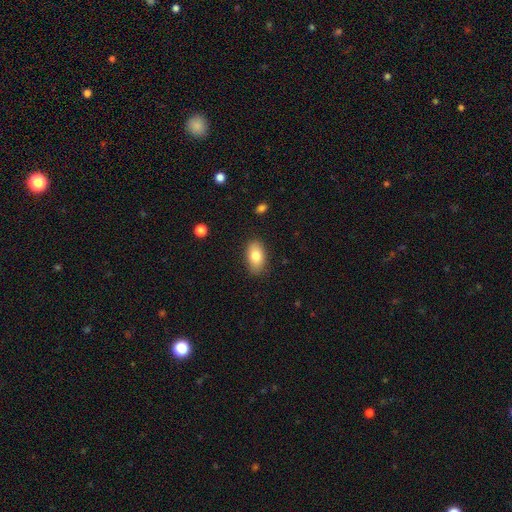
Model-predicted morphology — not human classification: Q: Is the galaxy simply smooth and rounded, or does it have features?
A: smooth — 81%.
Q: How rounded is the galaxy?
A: in between — 92%.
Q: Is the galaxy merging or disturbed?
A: none — 85%.